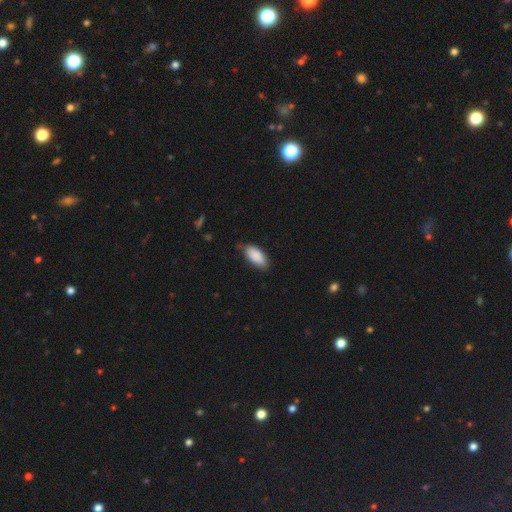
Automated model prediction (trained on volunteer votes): Smooth or featured?
  - smooth: 89% *
  - star or artifact: 6%
  - featured or disk: 5%
How rounded?
  - in between: 91% *
  - cigar-shaped: 7%
  - round: 2%
Merging?
  - none: 76% *
  - minor disturbance: 20%
  - major disturbance: 3%
  - merger: 1%